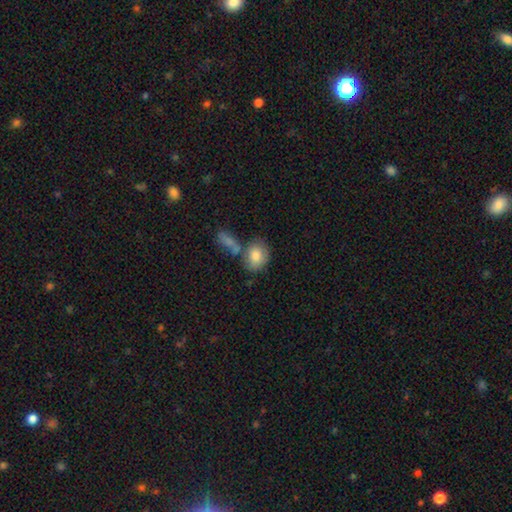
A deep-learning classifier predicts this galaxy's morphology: smooth_or_featured: smooth (p=0.81) [alt: featured or disk p=0.12]
how_rounded: in between (p=0.53) [alt: round p=0.45]
merging: none (p=0.56) [alt: merger p=0.25]